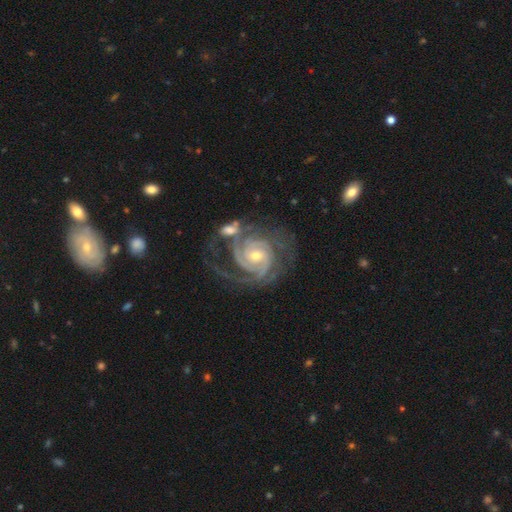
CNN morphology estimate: Smooth or featured: featured or disk — 92% (star or artifact — 4%)
Edge-on disk: no — 98% (yes — 2%)
Bar: no — 60% (weak — 29%)
Spiral arms: yes — 98% (no — 2%)
Spiral winding: tight — 70% (medium — 26%)
Spiral arm count: 2 — 37% (3 — 31%)
Bulge size: small — 54% (moderate — 43%)
Merging: none — 55% (minor disturbance — 18%)